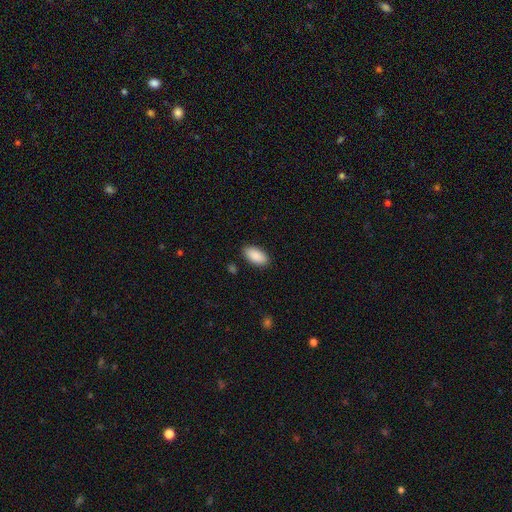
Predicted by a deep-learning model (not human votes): A smooth galaxy with no disk features (90%) that is in between round and cigar-shaped (94%).

Vote fractions:
- Smooth or featured? smooth: 90% / star or artifact: 6% / featured or disk: 4%
- How rounded? in between: 94% / cigar-shaped: 4% / round: 2%
- Merging? none: 88% / minor disturbance: 9% / major disturbance: 2% / merger: 1%